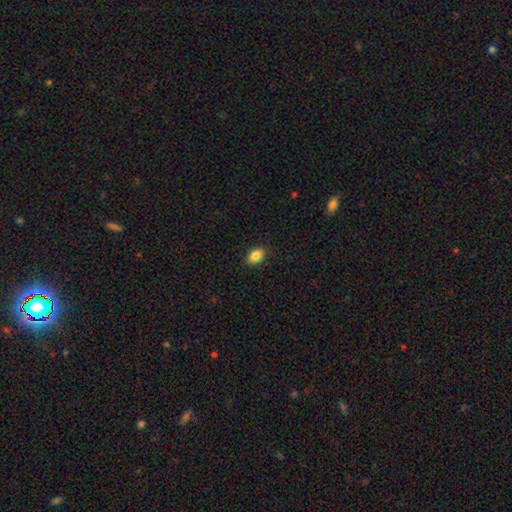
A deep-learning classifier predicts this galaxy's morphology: Overall: smooth (86%). How rounded: in between (83%). Merging: none (89%).